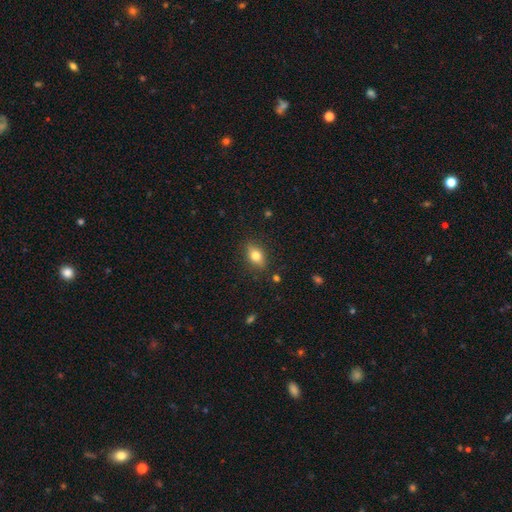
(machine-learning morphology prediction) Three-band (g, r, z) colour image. It shows a smooth galaxy with no disk features (75%) that is in between round and cigar-shaped (80%). Merging: none (85%).